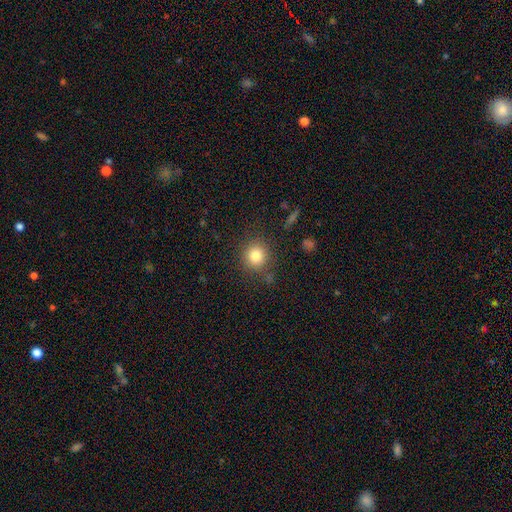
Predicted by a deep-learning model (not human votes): Smooth or featured?
  - smooth: 82% *
  - star or artifact: 11%
  - featured or disk: 7%
How rounded?
  - round: 91% *
  - in between: 8%
  - cigar-shaped: 1%
Merging?
  - none: 84% *
  - minor disturbance: 10%
  - major disturbance: 4%
  - merger: 3%